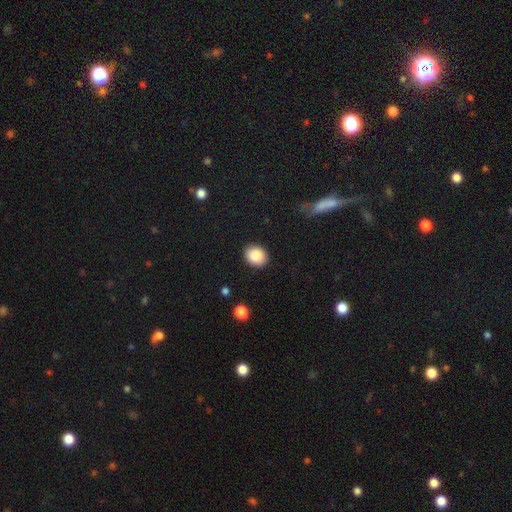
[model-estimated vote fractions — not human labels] Smooth or featured?
  - smooth: 88% *
  - star or artifact: 8%
  - featured or disk: 4%
How rounded?
  - round: 54% *
  - in between: 45%
  - cigar-shaped: 1%
Merging?
  - none: 89% *
  - minor disturbance: 8%
  - major disturbance: 2%
  - merger: 1%